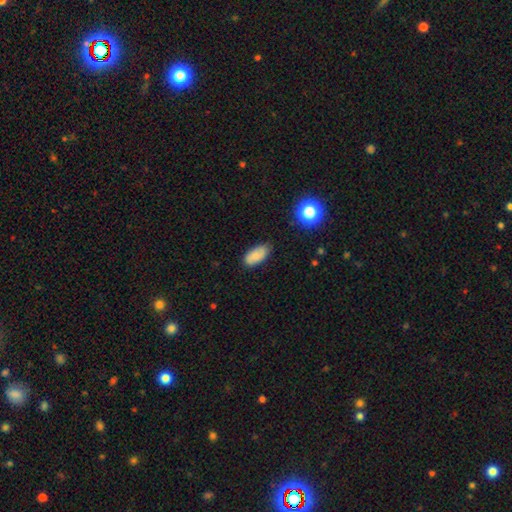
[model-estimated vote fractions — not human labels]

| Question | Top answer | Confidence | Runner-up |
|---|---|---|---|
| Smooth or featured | smooth | 74% | featured or disk (17%) |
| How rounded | in between | 92% | cigar-shaped (5%) |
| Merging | none | 78% | minor disturbance (17%) |